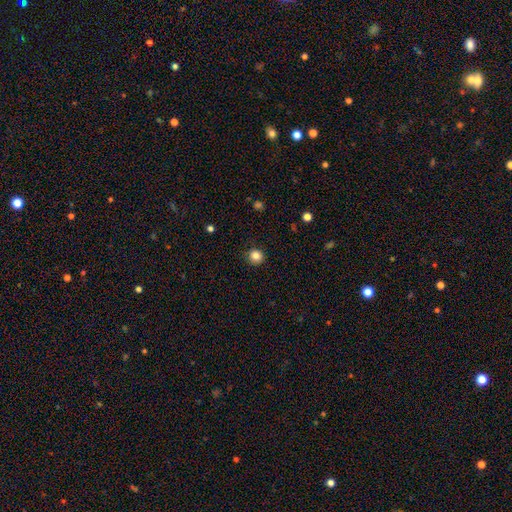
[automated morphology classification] A smooth galaxy with no disk features (84%) that is round (90%).

Vote fractions:
- Smooth or featured? smooth: 84% / star or artifact: 11% / featured or disk: 5%
- How rounded? round: 90% / in between: 10% / cigar-shaped: 1%
- Merging? none: 89% / minor disturbance: 8% / major disturbance: 2% / merger: 1%